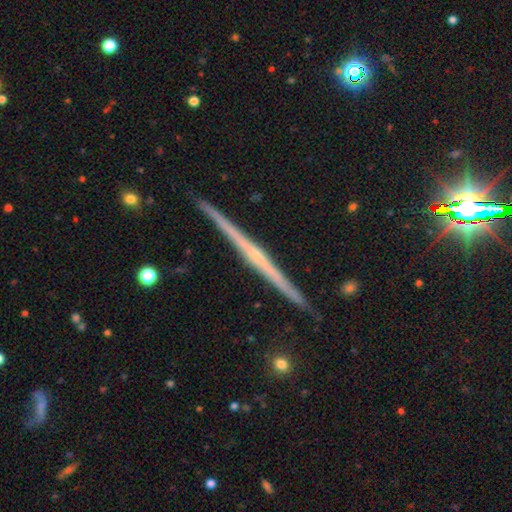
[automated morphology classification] Q: Smooth or featured?
A: featured or disk (78%); runner-up: smooth (14%)
Q: Edge-on disk?
A: yes (98%); runner-up: no (2%)
Q: Edge-on bulge?
A: none (55%); runner-up: rounded (37%)
Q: Merging?
A: none (92%); runner-up: minor disturbance (6%)